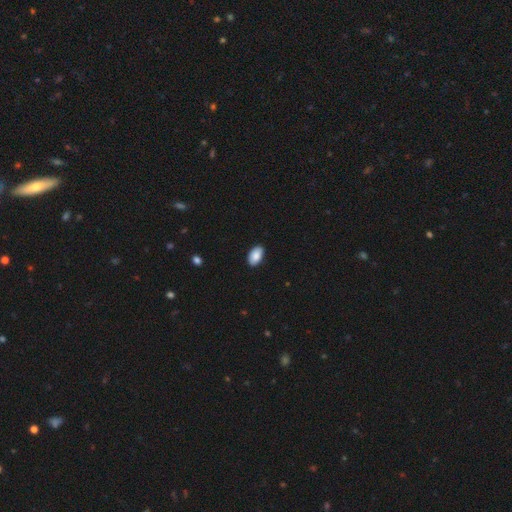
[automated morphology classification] smooth-or-featured: smooth: 89% | star or artifact: 6% | featured or disk: 5%
  how-rounded: in between: 94% | round: 4% | cigar-shaped: 1%
  merging: none: 89% | minor disturbance: 9% | major disturbance: 2% | merger: 1%